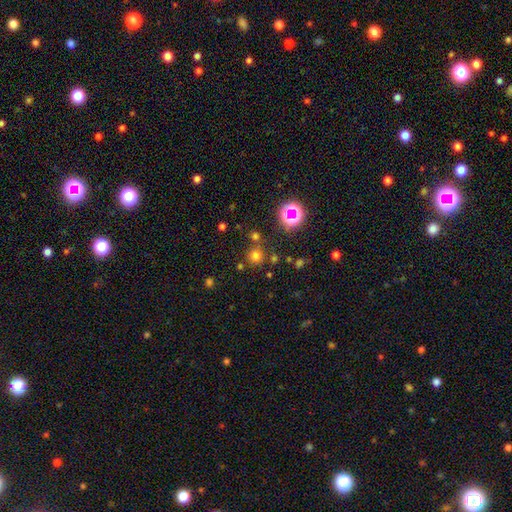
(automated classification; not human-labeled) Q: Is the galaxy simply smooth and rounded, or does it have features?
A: smooth — 64%.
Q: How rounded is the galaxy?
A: round — 93%.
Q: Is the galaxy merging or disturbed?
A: none — 77%.